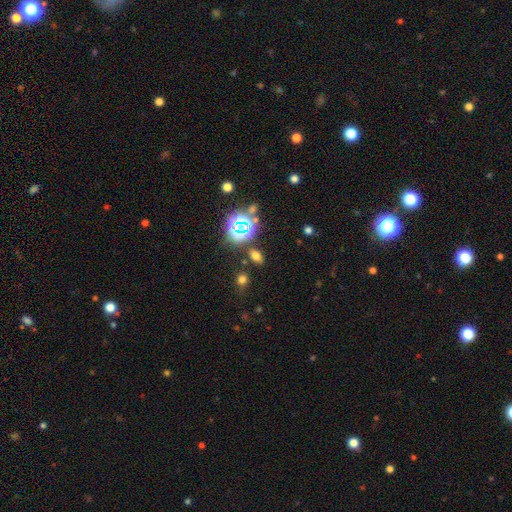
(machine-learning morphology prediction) Smooth or featured? Predicted: smooth (p=0.59). How rounded? Predicted: in between (p=0.75). Merging? Predicted: none (p=0.81).